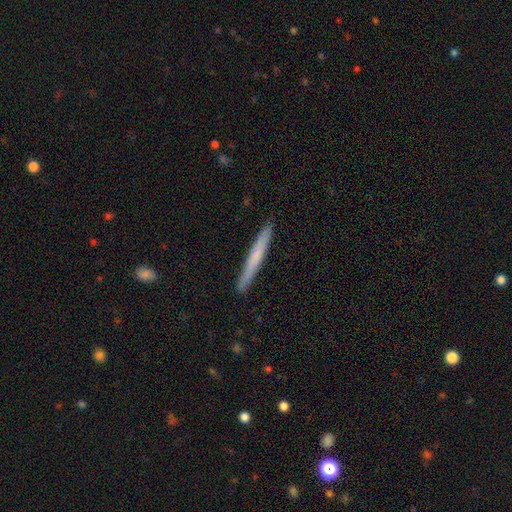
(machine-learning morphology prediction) A smooth galaxy with no disk features (61%) that is cigar-shaped (97%). Merging: none (91%).